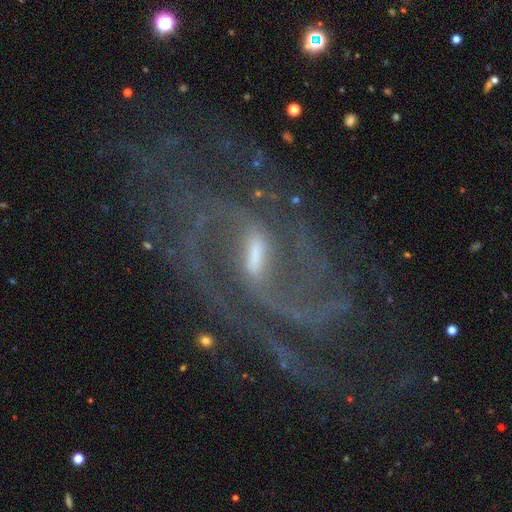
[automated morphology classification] This appears to be a featured or disk galaxy (91%) with a weak bar (45%, tied with strong), 2 (67%) medium (53%) spiral arms (98%) and a small central bulge (44%). Merging: none (63%).